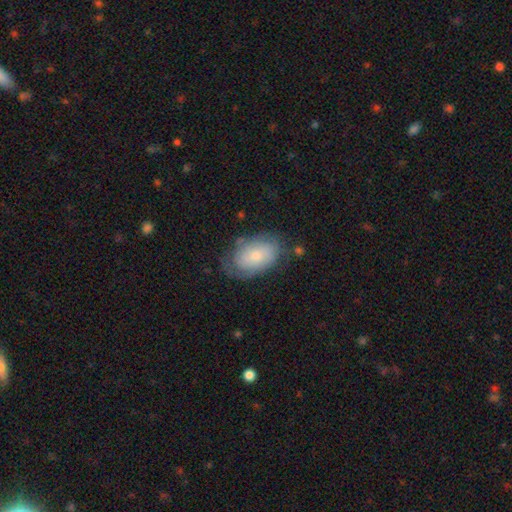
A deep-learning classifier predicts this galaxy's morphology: Smooth or featured?
  - smooth: 60% *
  - featured or disk: 33%
  - star or artifact: 7%
How rounded?
  - in between: 89% *
  - round: 9%
  - cigar-shaped: 1%
Merging?
  - none: 62% *
  - minor disturbance: 26%
  - major disturbance: 10%
  - merger: 3%